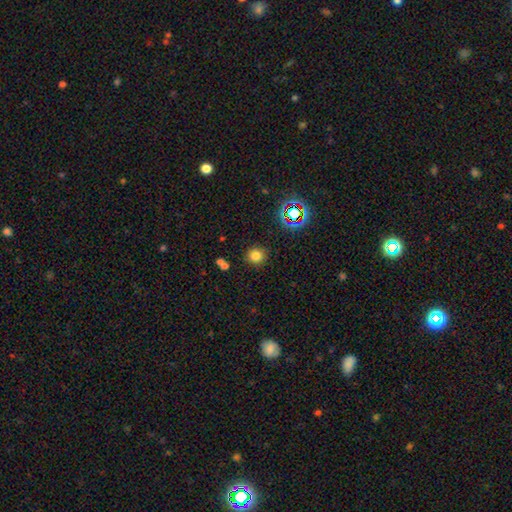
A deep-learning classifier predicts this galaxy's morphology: Q: Smooth or featured?
A: smooth (76%); runner-up: star or artifact (17%)
Q: How rounded?
A: round (89%); runner-up: in between (10%)
Q: Merging?
A: none (87%); runner-up: minor disturbance (7%)